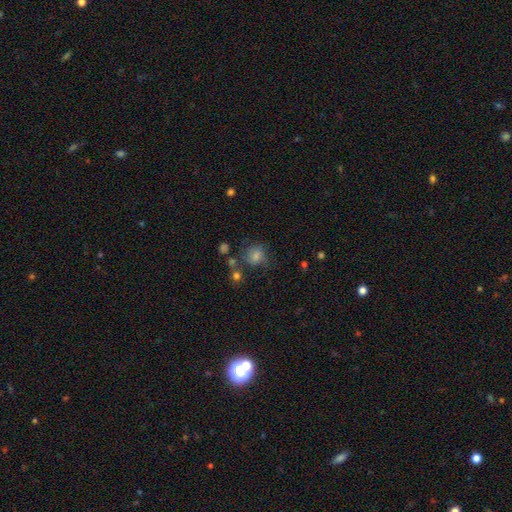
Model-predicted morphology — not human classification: This appears to be a smooth galaxy with no disk features (54%) that is round (78%). Merging: none (63%).